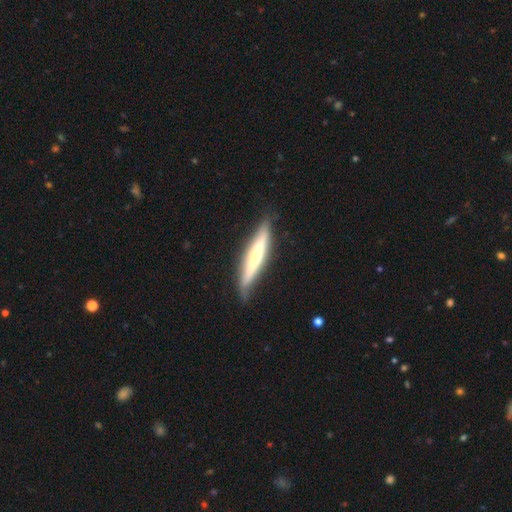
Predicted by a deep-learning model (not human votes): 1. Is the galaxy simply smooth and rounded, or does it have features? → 59% featured or disk, 35% smooth, 6% star or artifact.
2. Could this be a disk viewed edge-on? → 91% yes, 9% no.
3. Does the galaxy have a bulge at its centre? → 59% rounded, 27% none, 14% boxy.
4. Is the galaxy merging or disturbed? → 81% none, 14% minor disturbance, 3% major disturbance, 2% merger.